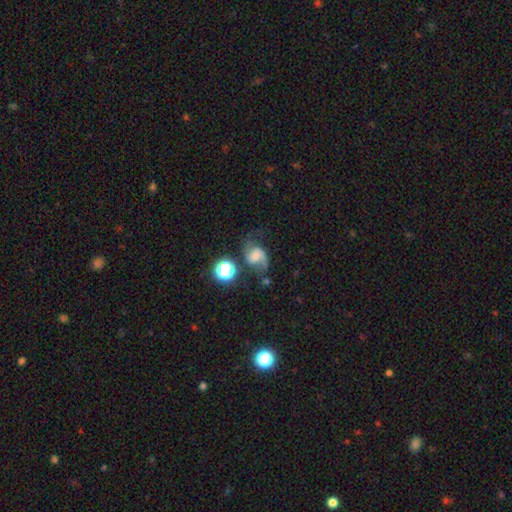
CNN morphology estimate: A featured or disk galaxy (70%) with no bar (44%), 2 (86%) loose (58%) spiral arms (94%) and no central bulge (34%). Merging: none (54%).